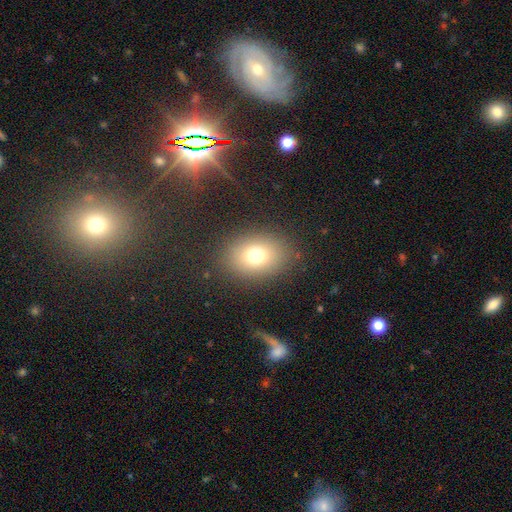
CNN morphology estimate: smooth-or-featured: smooth: 72% | star or artifact: 16% | featured or disk: 12%
  how-rounded: in between: 60% | round: 39% | cigar-shaped: 1%
  merging: none: 84% | minor disturbance: 9% | major disturbance: 6% | merger: 1%